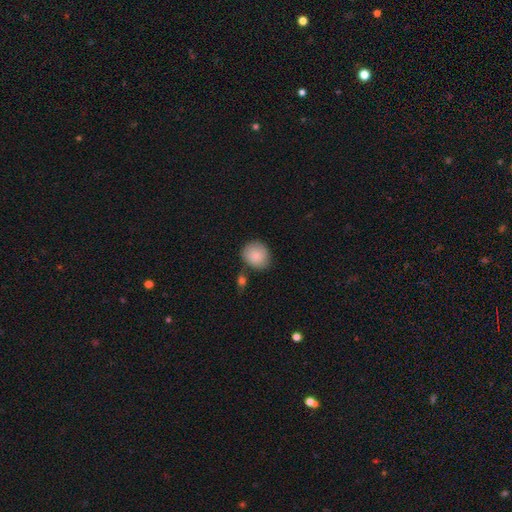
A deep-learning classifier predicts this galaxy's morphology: Smooth or featured: smooth — 82% (featured or disk — 11%)
How rounded: round — 81% (in between — 18%)
Merging: none — 71% (minor disturbance — 17%)